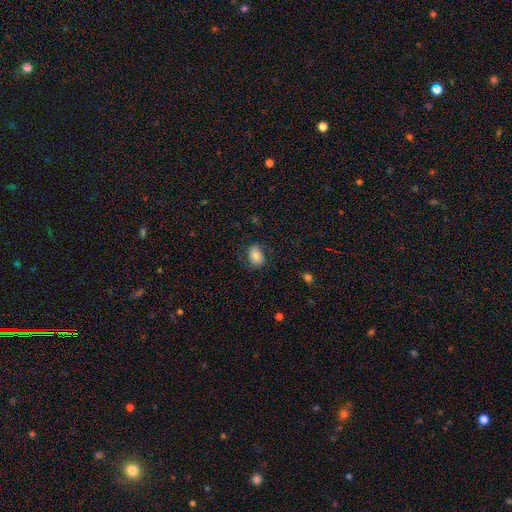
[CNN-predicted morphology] This appears to be a smooth galaxy with no disk features (79%) that is in between round and cigar-shaped (72%). Merging: none (74%).